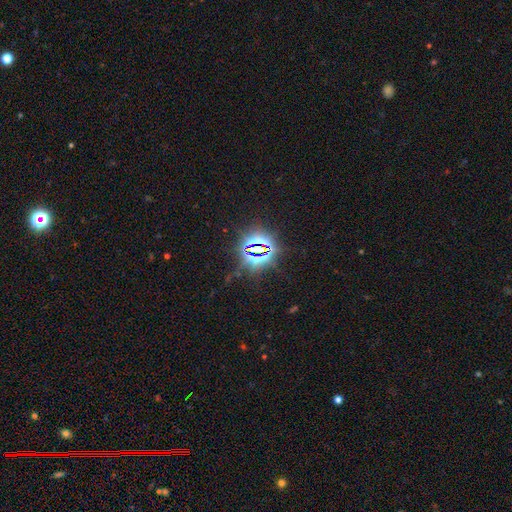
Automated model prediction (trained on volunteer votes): Q: Smooth or featured?
A: star or artifact (82%); runner-up: smooth (10%)